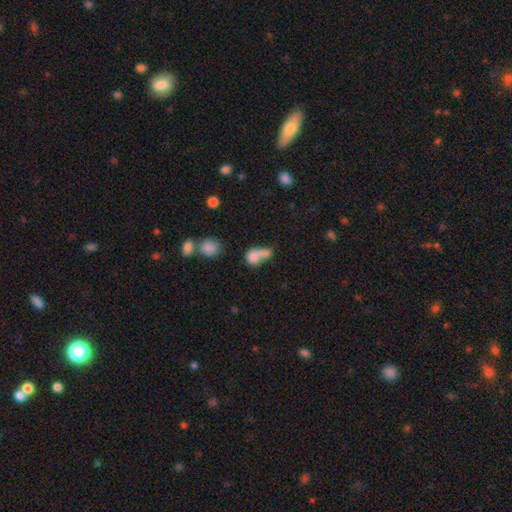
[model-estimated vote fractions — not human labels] Smooth or featured: smooth — 74% (featured or disk — 15%)
How rounded: in between — 53% (round — 44%)
Merging: merger — 60% (none — 21%)